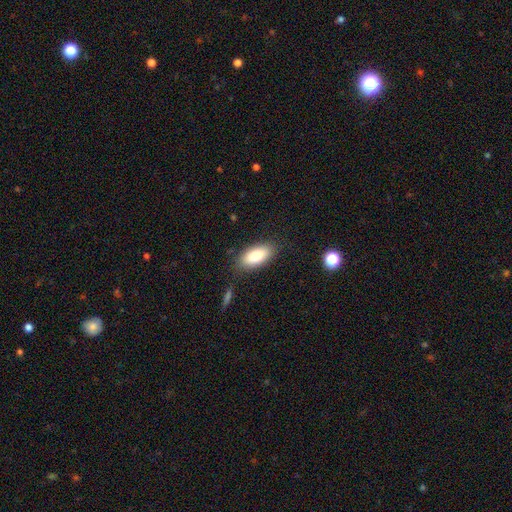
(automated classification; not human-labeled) Smooth or featured: smooth — 82% (featured or disk — 11%)
How rounded: in between — 88% (cigar-shaped — 9%)
Merging: none — 83% (minor disturbance — 12%)